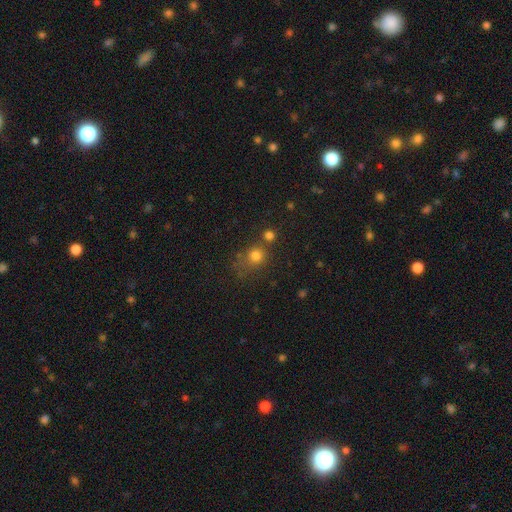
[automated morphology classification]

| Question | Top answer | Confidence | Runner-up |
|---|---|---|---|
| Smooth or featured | smooth | 75% | star or artifact (17%) |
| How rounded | round | 80% | in between (19%) |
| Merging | none | 54% | merger (22%) |